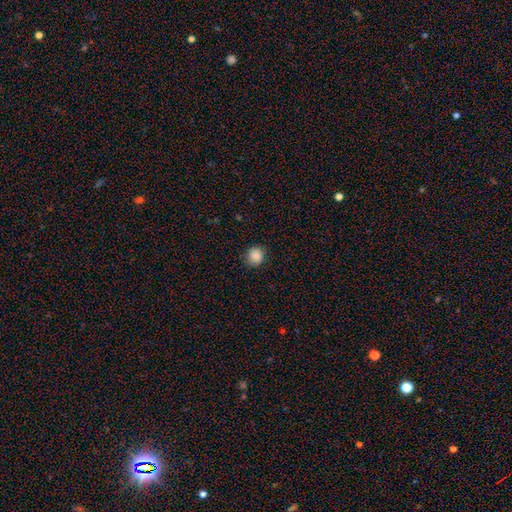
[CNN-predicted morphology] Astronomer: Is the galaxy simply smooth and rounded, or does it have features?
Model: smooth — 86%.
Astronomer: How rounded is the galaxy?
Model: round — 81%.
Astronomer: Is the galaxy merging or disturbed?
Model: none — 83%.